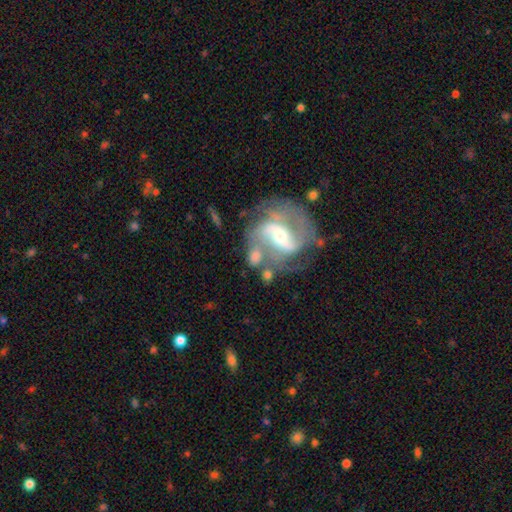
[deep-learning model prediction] Smooth or featured?
  - featured or disk: 77% *
  - smooth: 15%
  - star or artifact: 7%
Edge-on disk?
  - no: 96% *
  - yes: 4%
Bar?
  - strong: 42% *
  - weak: 36%
  - no: 22%
Spiral arms?
  - yes: 89% *
  - no: 11%
Spiral winding?
  - medium: 50% *
  - loose: 28%
  - tight: 22%
Spiral arm count?
  - 2: 76% *
  - can't tell: 9%
  - 3: 7%
  - 1: 3%
  - 4: 2%
  - more than 4: 2%
Bulge size?
  - moderate: 49% *
  - small: 42%
  - large: 5%
  - none: 2%
  - dominant: 1%
Merging?
  - none: 50% *
  - merger: 20%
  - minor disturbance: 17%
  - major disturbance: 13%